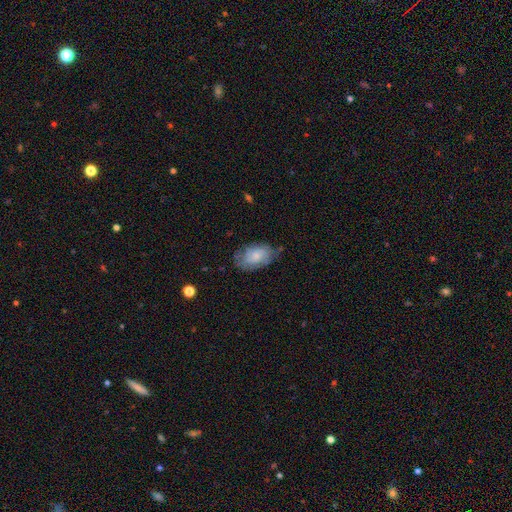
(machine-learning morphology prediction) The model was most divided on "merging": none: 65%, minor disturbance: 26%, major disturbance: 7%, merger: 2%. More confident: how rounded — in between (91%); smooth or featured — smooth (67%).